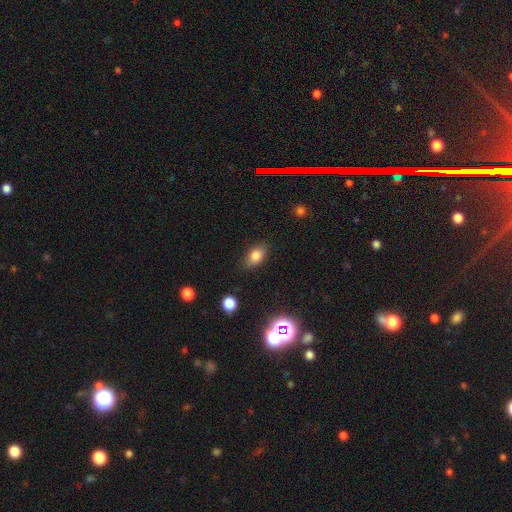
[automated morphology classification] Smooth or featured? smooth (78%)
How rounded? in between (82%)
Merging? none (80%)